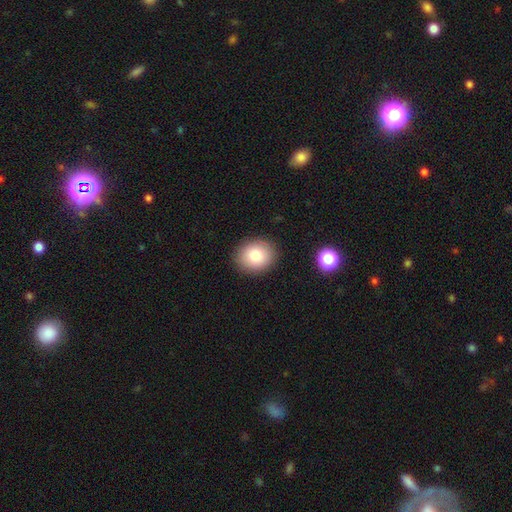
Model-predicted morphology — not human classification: Smooth or featured?
  - smooth: 80% *
  - featured or disk: 10%
  - star or artifact: 10%
How rounded?
  - round: 63% *
  - in between: 37%
  - cigar-shaped: 1%
Merging?
  - none: 89% *
  - minor disturbance: 8%
  - major disturbance: 2%
  - merger: 1%